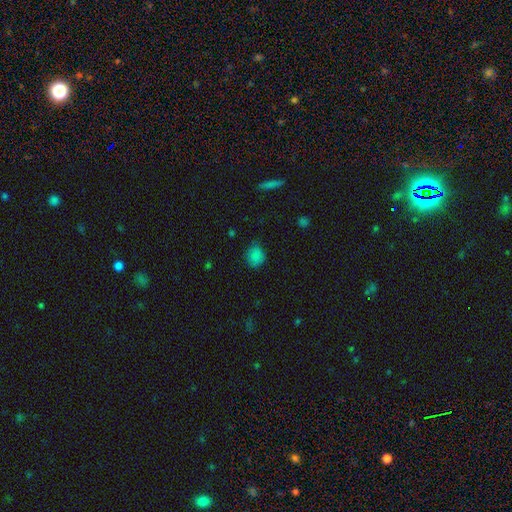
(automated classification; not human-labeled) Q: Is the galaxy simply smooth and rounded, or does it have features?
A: smooth — 83%.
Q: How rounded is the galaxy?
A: round — 64%.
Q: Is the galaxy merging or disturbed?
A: none — 73%.